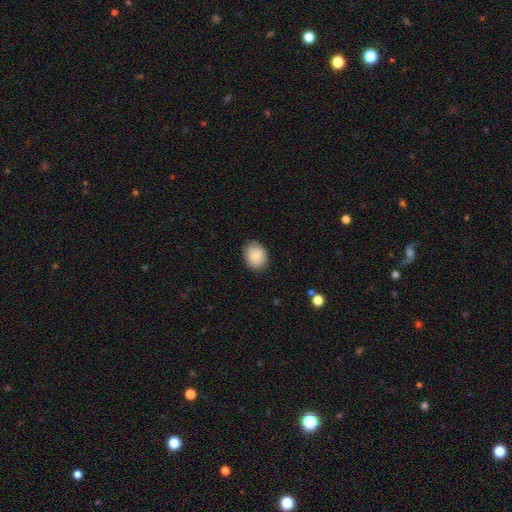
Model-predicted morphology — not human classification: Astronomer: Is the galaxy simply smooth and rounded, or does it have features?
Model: smooth — 86%.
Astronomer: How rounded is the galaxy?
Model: round — 54% (runner-up: in between, 45%).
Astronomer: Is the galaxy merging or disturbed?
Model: none — 84%.